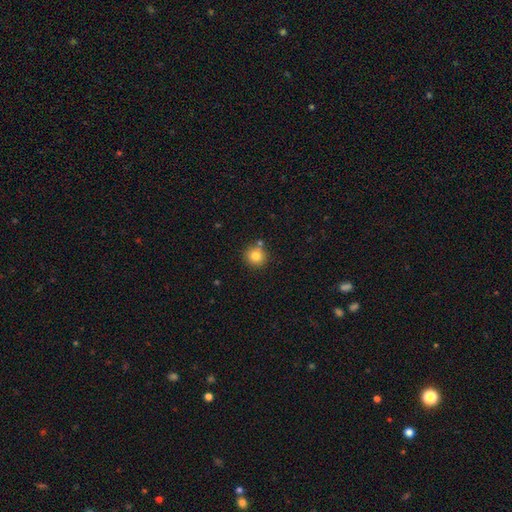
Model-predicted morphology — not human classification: A smooth galaxy with no disk features (82%) that is round (92%).

Vote fractions:
- Smooth or featured? smooth: 82% / star or artifact: 11% / featured or disk: 7%
- How rounded? round: 92% / in between: 7% / cigar-shaped: 1%
- Merging? none: 77% / merger: 11% / minor disturbance: 9% / major disturbance: 3%